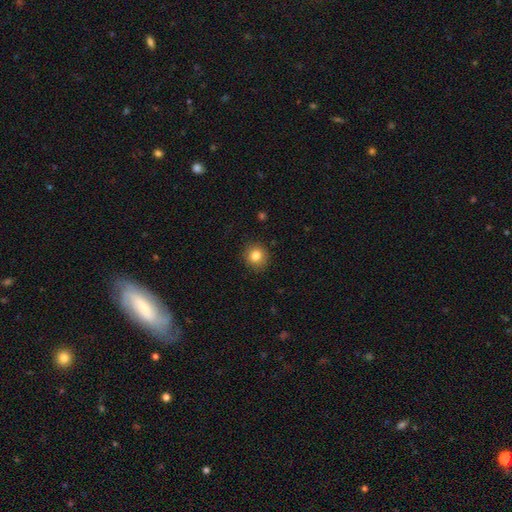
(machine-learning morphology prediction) This is clearly a smooth galaxy (83%). How rounded: clearly round (89%). Merging: clearly none (89%).